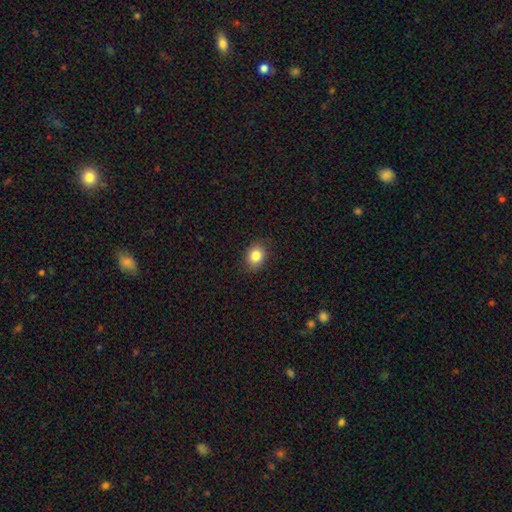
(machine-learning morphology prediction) smooth 84%, star or artifact 10%, featured or disk 6%. Down the decision tree: how rounded — round (51%); merging — none (87%).